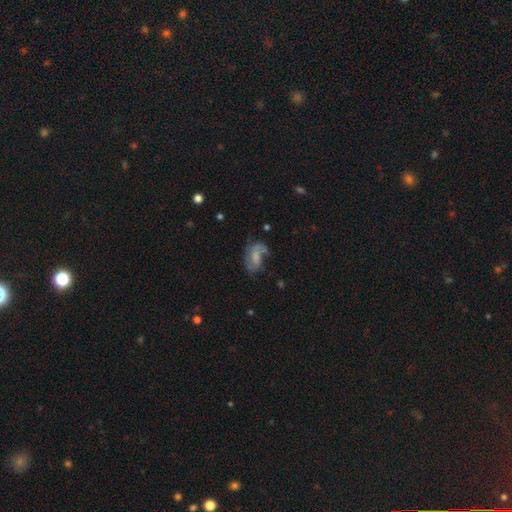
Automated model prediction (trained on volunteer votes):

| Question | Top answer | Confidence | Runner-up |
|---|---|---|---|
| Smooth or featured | featured or disk | 70% | smooth (22%) |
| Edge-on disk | no | 97% | yes (3%) |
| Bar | weak | 44% | no (41%) |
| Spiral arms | yes | 88% | no (12%) |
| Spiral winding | medium | 44% | loose (40%) |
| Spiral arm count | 2 | 72% | 1 (14%) |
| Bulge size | none | 31% | moderate (29%) |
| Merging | none | 52% | major disturbance (22%) |